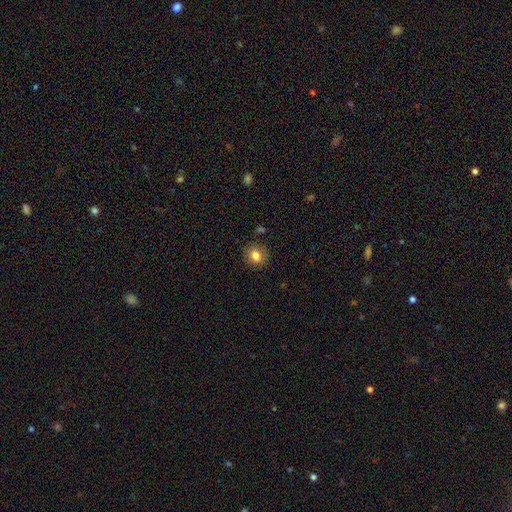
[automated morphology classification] smooth-or-featured: smooth: 81% | star or artifact: 10% | featured or disk: 9%
  how-rounded: round: 70% | in between: 30% | cigar-shaped: 1%
  merging: none: 85% | minor disturbance: 10% | major disturbance: 3% | merger: 2%